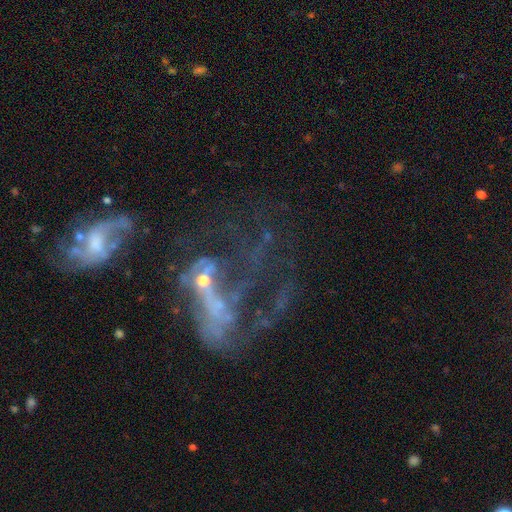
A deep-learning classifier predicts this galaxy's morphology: Q: Smooth or featured?
A: featured or disk (67%); runner-up: star or artifact (20%)
Q: Edge-on disk?
A: no (96%); runner-up: yes (4%)
Q: Bar?
A: no (67%); runner-up: weak (23%)
Q: Spiral arms?
A: no (51%); runner-up: yes (49%)
Q: Bulge size?
A: none (37%); tied with: small (37%)
Q: Merging?
A: merger (39%); runner-up: major disturbance (36%)